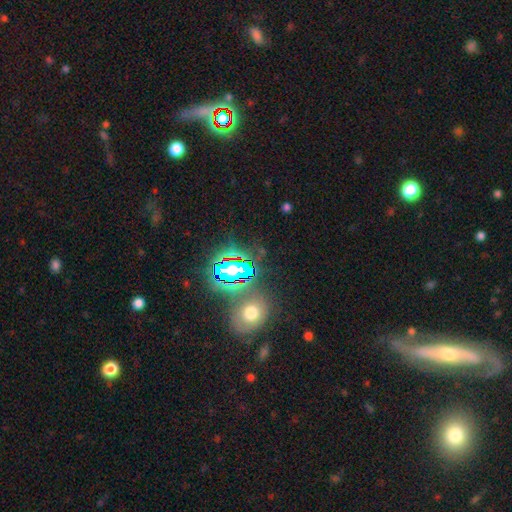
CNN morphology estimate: Smooth or featured: star or artifact — 71% (smooth — 18%)